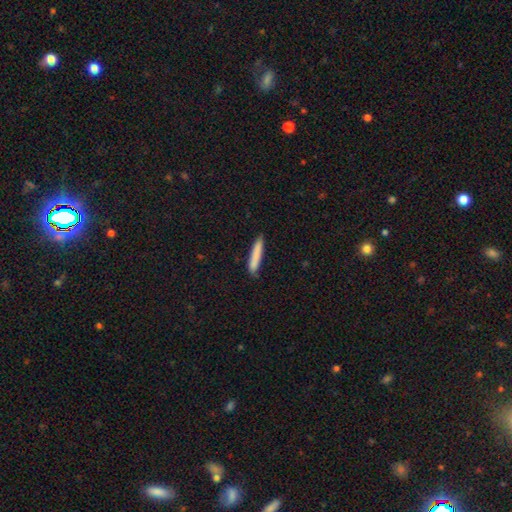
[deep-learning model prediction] Q: Smooth or featured?
A: smooth (84%); runner-up: featured or disk (10%)
Q: How rounded?
A: cigar-shaped (91%); runner-up: in between (7%)
Q: Merging?
A: none (83%); runner-up: minor disturbance (13%)